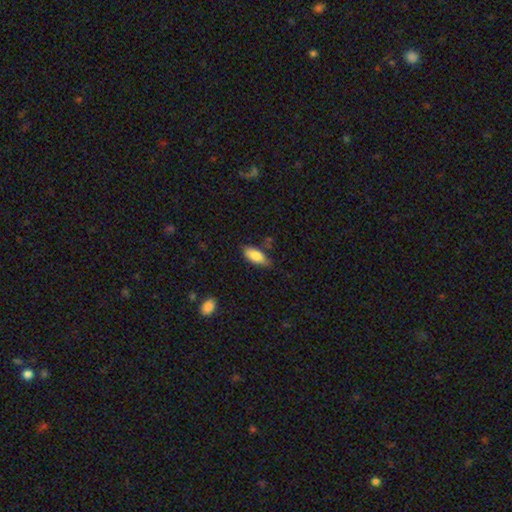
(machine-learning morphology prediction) Q: Smooth or featured?
A: smooth (82%); runner-up: featured or disk (12%)
Q: How rounded?
A: in between (81%); runner-up: cigar-shaped (16%)
Q: Merging?
A: none (72%); runner-up: minor disturbance (21%)